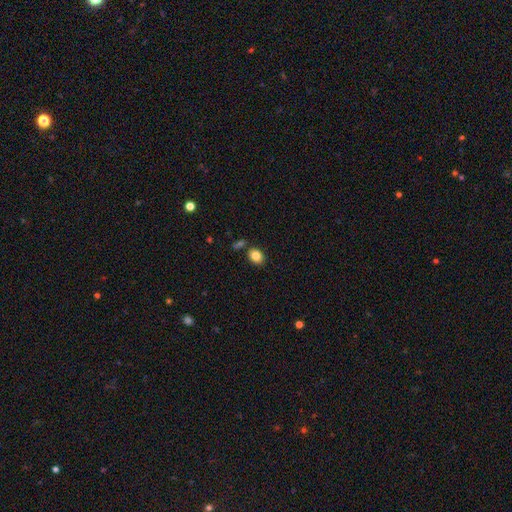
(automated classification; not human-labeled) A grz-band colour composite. It shows a smooth galaxy with no disk features (84%) that is in between round and cigar-shaped (59%). Merging: none (77%).